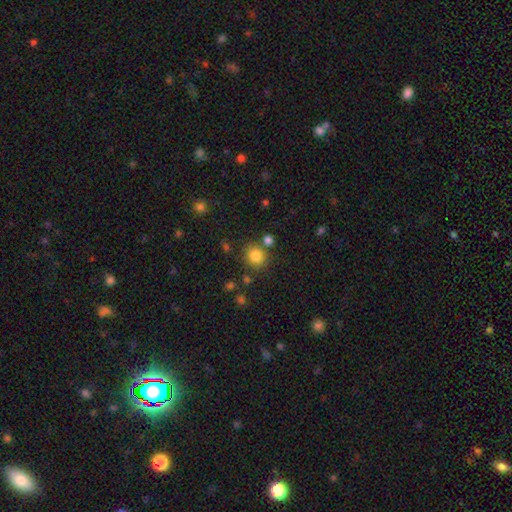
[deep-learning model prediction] Smooth or featured?
  - smooth: 82% *
  - star or artifact: 12%
  - featured or disk: 6%
How rounded?
  - round: 80% *
  - in between: 19%
  - cigar-shaped: 1%
Merging?
  - none: 76% *
  - minor disturbance: 11%
  - merger: 10%
  - major disturbance: 4%